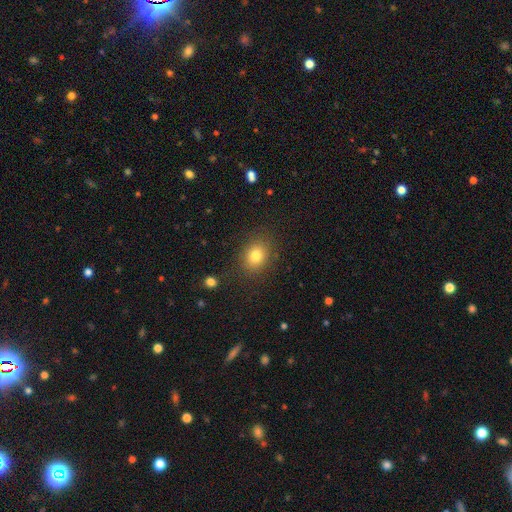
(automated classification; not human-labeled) This appears to be a smooth galaxy with no disk features (80%) that is in between round and cigar-shaped (51%). Merging: none (83%).